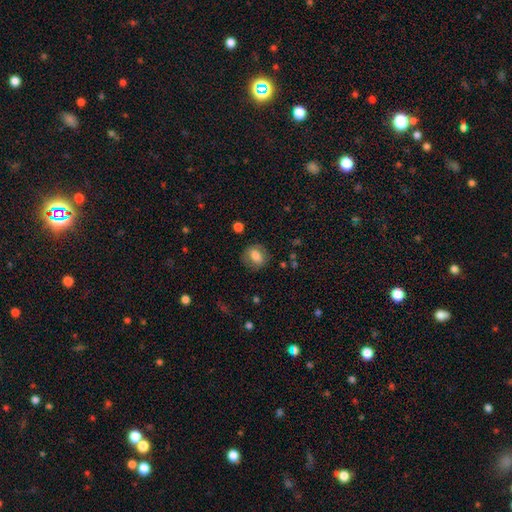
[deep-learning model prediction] A smooth galaxy with no disk features (74%) that is round (58%).

Vote fractions:
- Smooth or featured? smooth: 74% / featured or disk: 17% / star or artifact: 8%
- How rounded? round: 58% / in between: 41% / cigar-shaped: 1%
- Merging? none: 78% / minor disturbance: 15% / major disturbance: 6% / merger: 1%